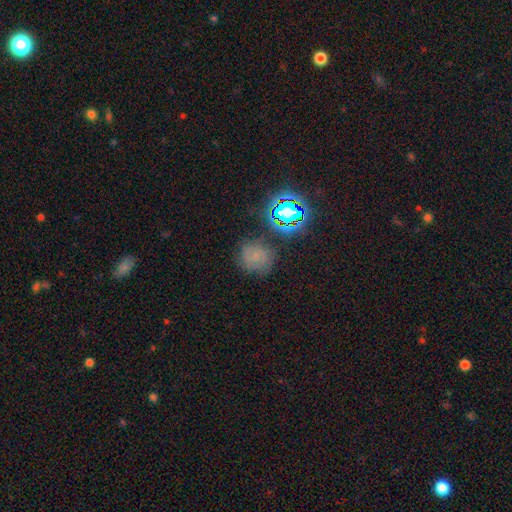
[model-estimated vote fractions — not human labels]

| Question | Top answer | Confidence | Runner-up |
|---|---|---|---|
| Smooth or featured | smooth | 51% | star or artifact (30%) |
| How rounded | round | 81% | in between (17%) |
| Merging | none | 72% | minor disturbance (18%) |